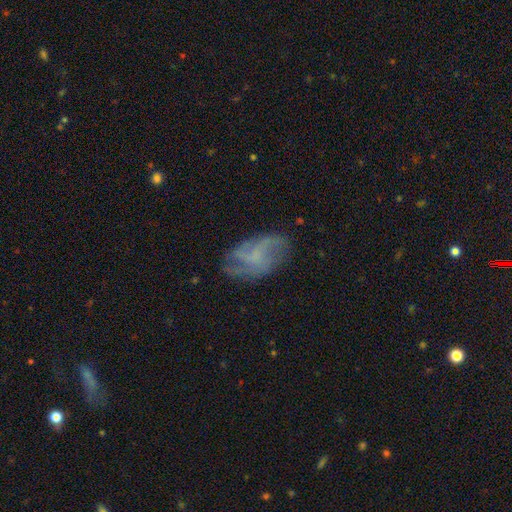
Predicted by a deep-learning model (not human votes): Overall: featured or disk (59%; smooth 30%). Edge-on disk: no (95%). Bar: no (60%; weak 33%). Spiral arms: yes (77%). Bulge size: none (58%; small 27%). Merging: none (64%).